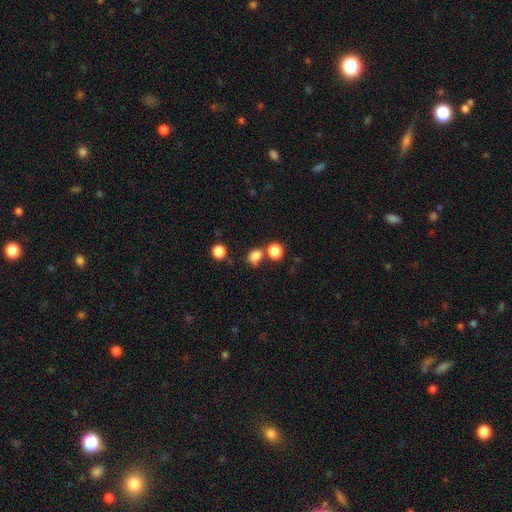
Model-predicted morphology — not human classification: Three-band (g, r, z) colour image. It shows a smooth galaxy with no disk features (81%) that is round (57%). Merging: none (61%).